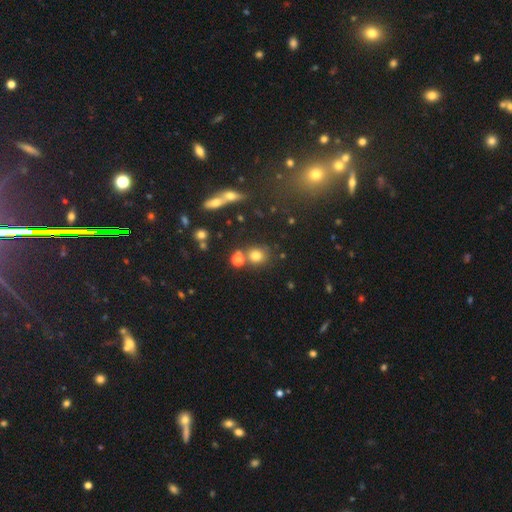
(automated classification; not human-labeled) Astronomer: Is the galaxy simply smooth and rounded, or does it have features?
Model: smooth — 74%.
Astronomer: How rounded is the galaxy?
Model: round — 78%.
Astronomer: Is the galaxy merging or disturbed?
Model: none — 67%.